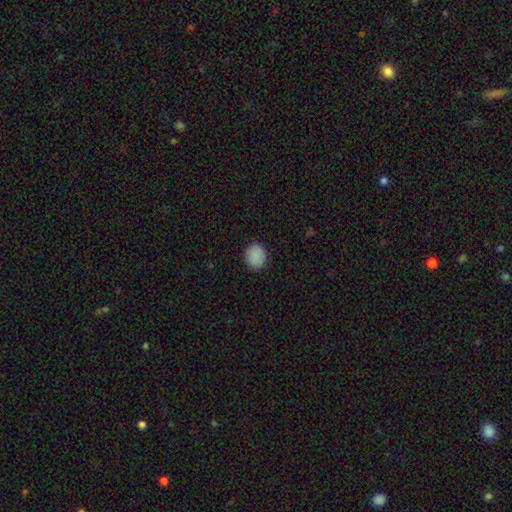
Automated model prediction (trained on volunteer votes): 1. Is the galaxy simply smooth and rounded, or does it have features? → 88% smooth, 9% star or artifact, 3% featured or disk.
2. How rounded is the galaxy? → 72% round, 27% in between, 1% cigar-shaped.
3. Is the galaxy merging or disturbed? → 88% none, 9% minor disturbance, 2% major disturbance, 1% merger.